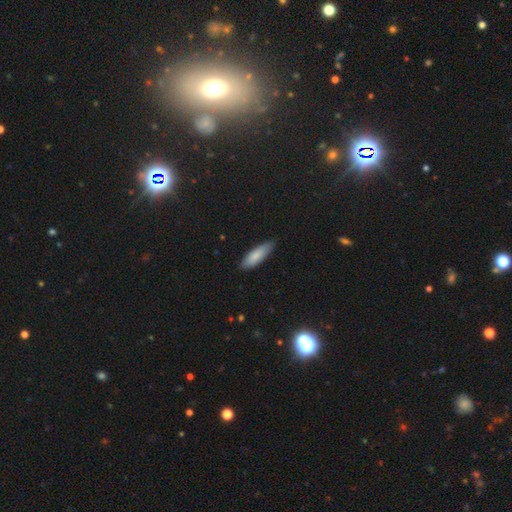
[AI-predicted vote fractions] This appears to be a smooth galaxy with no disk features (84%) that is in between round and cigar-shaped (55%). Merging: none (84%).